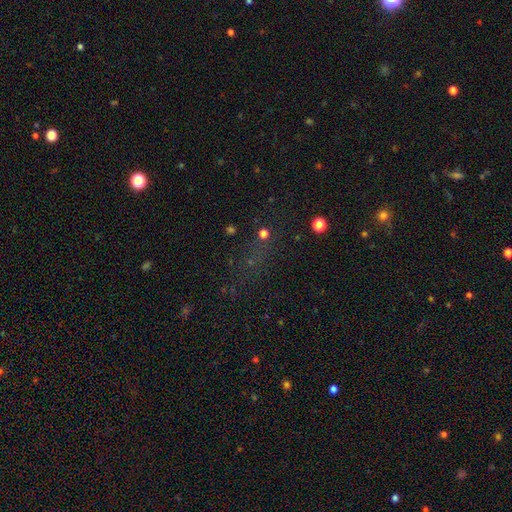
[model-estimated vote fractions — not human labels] The model was most divided on "smooth or featured": star or artifact: 57%, smooth: 30%, featured or disk: 13%.